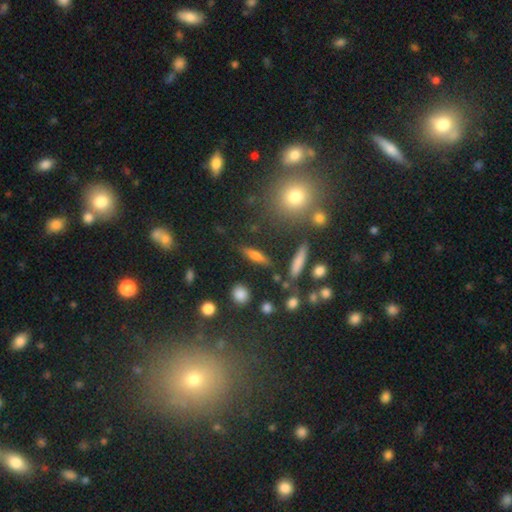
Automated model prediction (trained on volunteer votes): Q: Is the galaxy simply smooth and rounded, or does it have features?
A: smooth — 59%.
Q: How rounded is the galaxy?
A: cigar-shaped — 61%.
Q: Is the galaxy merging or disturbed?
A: none — 79%.